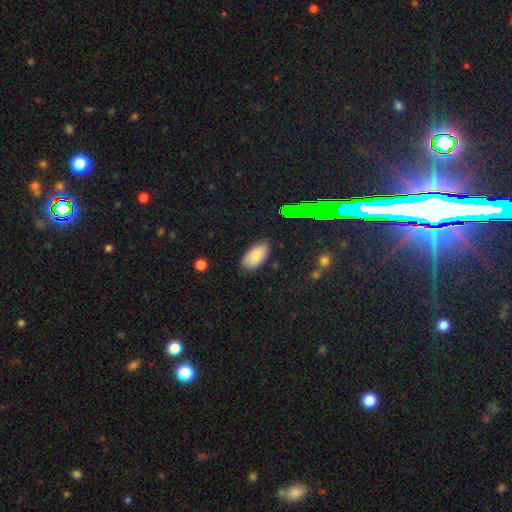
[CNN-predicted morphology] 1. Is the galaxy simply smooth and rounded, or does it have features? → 81% smooth, 10% star or artifact, 9% featured or disk.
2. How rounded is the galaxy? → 94% in between, 3% round, 3% cigar-shaped.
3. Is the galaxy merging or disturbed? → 78% none, 17% minor disturbance, 4% major disturbance, 2% merger.